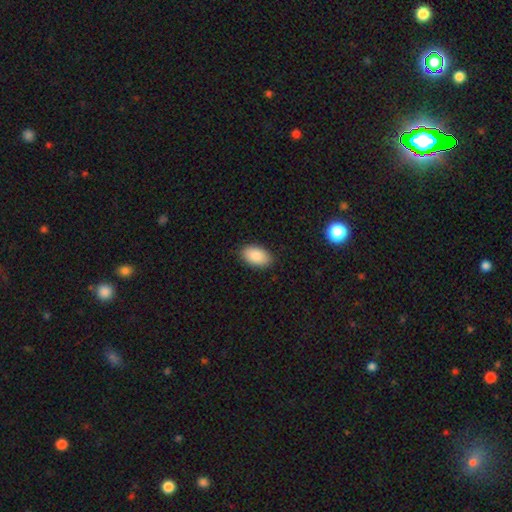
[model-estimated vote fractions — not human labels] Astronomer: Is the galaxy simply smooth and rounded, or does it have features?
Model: smooth — 88%.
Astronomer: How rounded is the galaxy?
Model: in between — 94%.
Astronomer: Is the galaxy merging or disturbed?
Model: none — 87%.